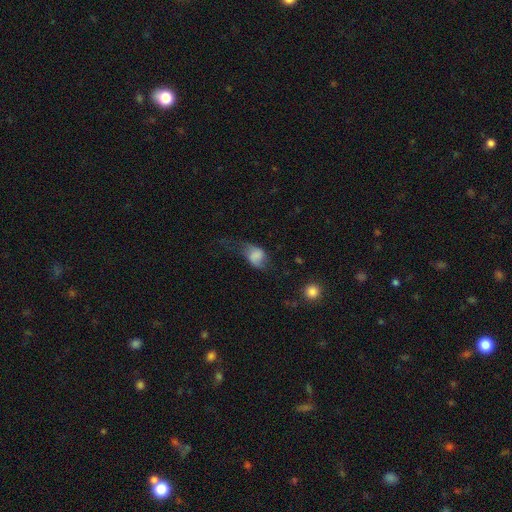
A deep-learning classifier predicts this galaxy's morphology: Q: Smooth or featured?
A: smooth (63%); runner-up: featured or disk (27%)
Q: How rounded?
A: in between (71%); runner-up: round (27%)
Q: Merging?
A: major disturbance (41%); runner-up: none (29%)